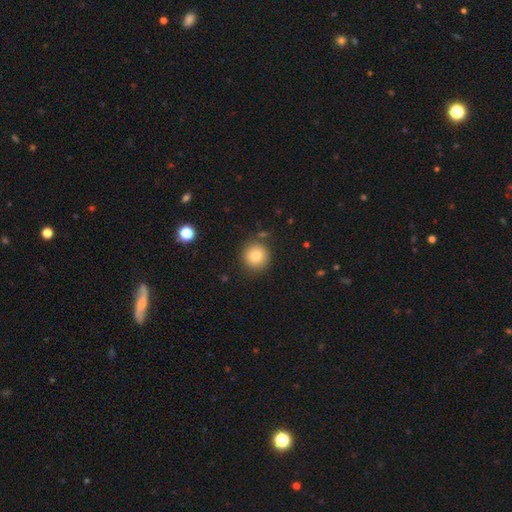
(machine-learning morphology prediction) type=smooth (79%); roundness=round (95%); merging=none (86%).